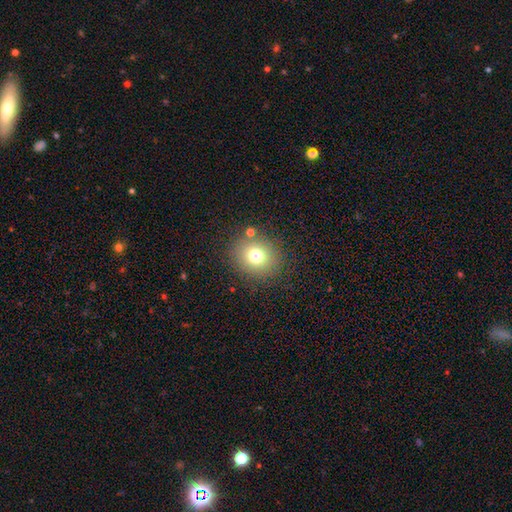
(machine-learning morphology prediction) A smooth galaxy with no disk features (74%) that is round (78%).

Vote fractions:
- Smooth or featured? smooth: 74% / star or artifact: 15% / featured or disk: 11%
- How rounded? round: 78% / in between: 21% / cigar-shaped: 1%
- Merging? none: 82% / minor disturbance: 9% / merger: 5% / major disturbance: 4%